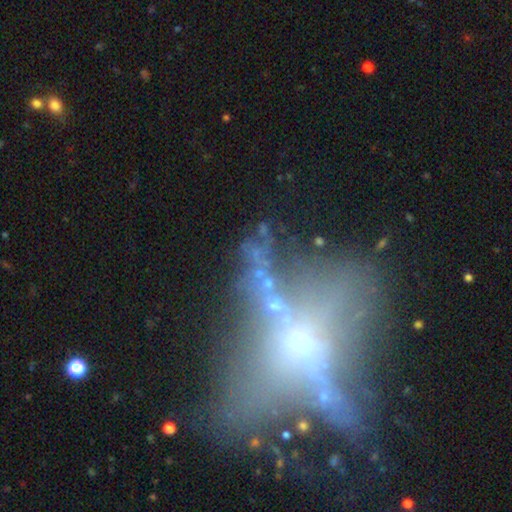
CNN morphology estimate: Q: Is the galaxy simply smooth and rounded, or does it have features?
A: featured or disk — 42%.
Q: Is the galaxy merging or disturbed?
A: none — 51%.